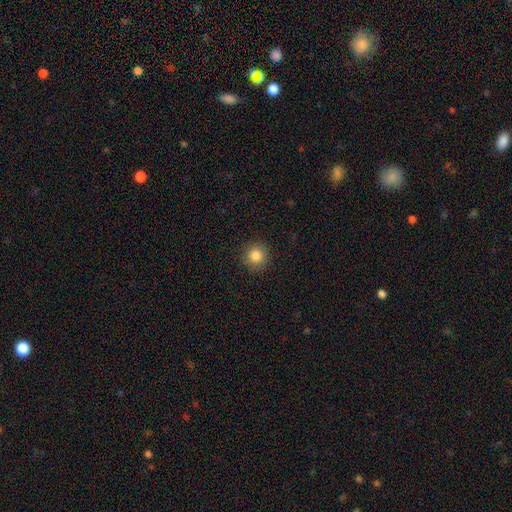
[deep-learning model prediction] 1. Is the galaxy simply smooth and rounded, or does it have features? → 84% smooth, 11% star or artifact, 5% featured or disk.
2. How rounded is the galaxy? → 94% round, 5% in between, 1% cigar-shaped.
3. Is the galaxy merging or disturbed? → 91% none, 6% minor disturbance, 2% major disturbance, 1% merger.